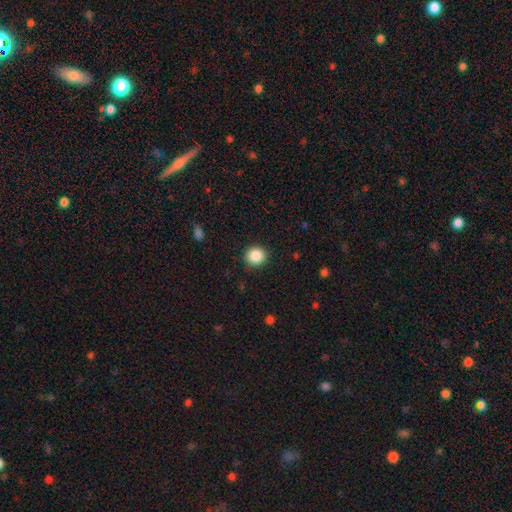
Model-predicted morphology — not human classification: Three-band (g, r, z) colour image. It shows a smooth galaxy with no disk features (87%) that is round (88%). Merging: none (90%).